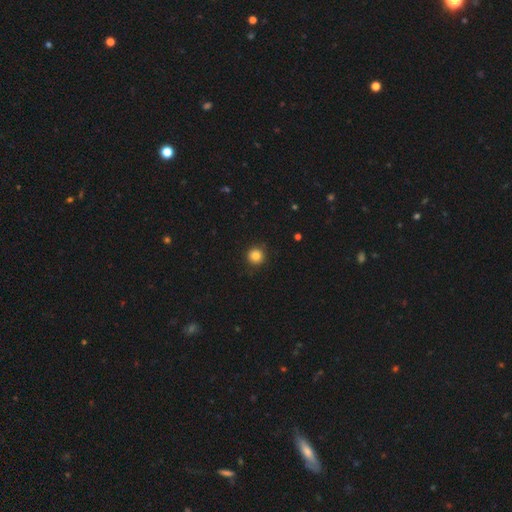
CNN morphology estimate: Smooth or featured? smooth (83%)
How rounded? round (95%)
Merging? none (91%)